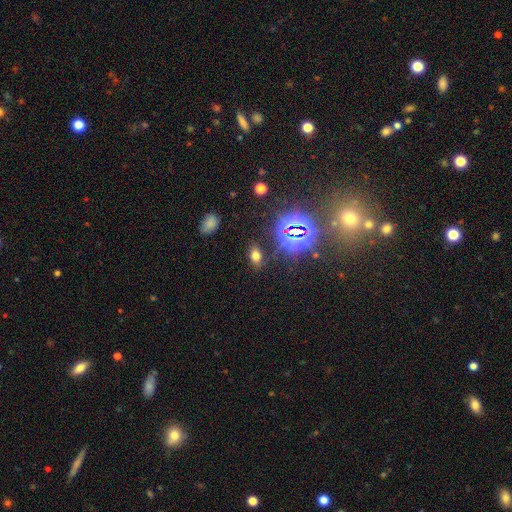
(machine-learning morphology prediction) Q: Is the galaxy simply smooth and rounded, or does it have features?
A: smooth — 59%.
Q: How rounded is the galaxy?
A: in between — 87%.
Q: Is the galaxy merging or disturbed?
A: none — 83%.